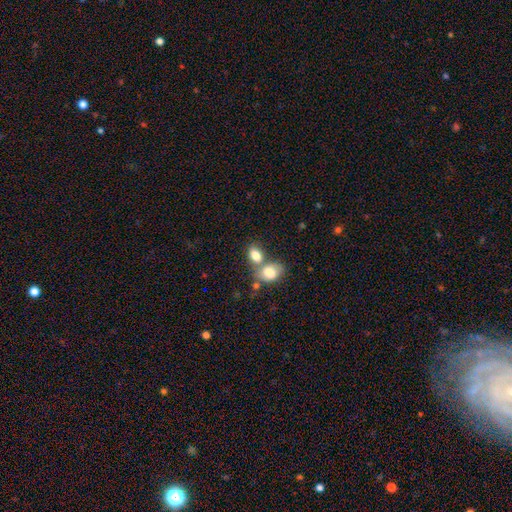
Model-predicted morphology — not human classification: A smooth galaxy with no disk features (80%) that is in between round and cigar-shaped (78%). Merging: merger (54%).